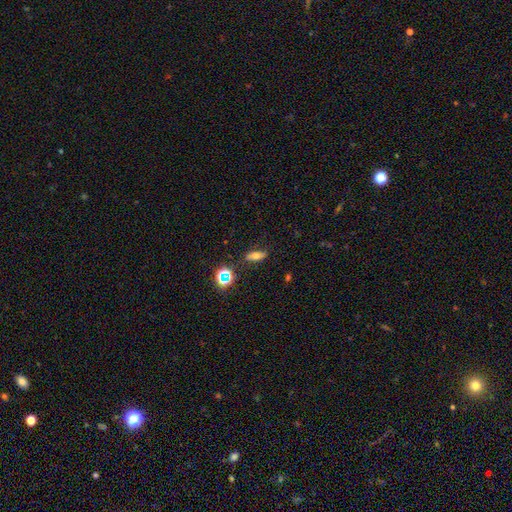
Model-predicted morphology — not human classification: Smooth or featured?
  - smooth: 57% *
  - featured or disk: 26%
  - star or artifact: 17%
How rounded?
  - in between: 65% *
  - cigar-shaped: 27%
  - round: 9%
Merging?
  - none: 81% *
  - minor disturbance: 13%
  - major disturbance: 4%
  - merger: 3%